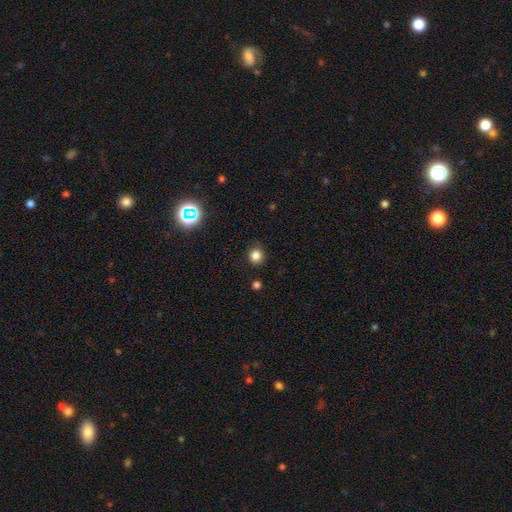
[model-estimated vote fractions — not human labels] This is clearly a smooth galaxy (82%). How rounded: clearly round (85%). Merging: clearly none (87%).